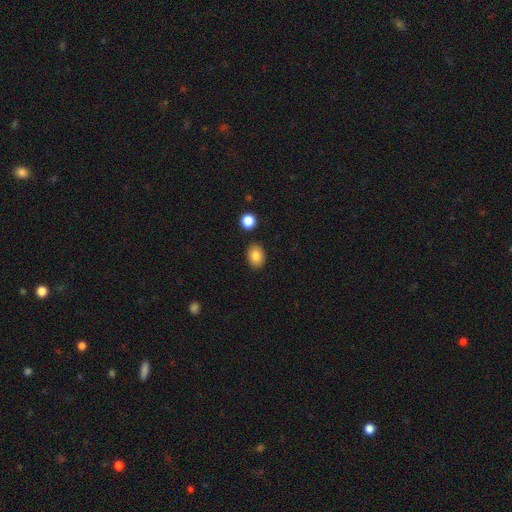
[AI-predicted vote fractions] A smooth galaxy with no disk features (84%) that is in between round and cigar-shaped (72%).

Vote fractions:
- Smooth or featured? smooth: 84% / star or artifact: 9% / featured or disk: 7%
- How rounded? in between: 72% / round: 27% / cigar-shaped: 1%
- Merging? none: 87% / minor disturbance: 8% / merger: 3% / major disturbance: 2%